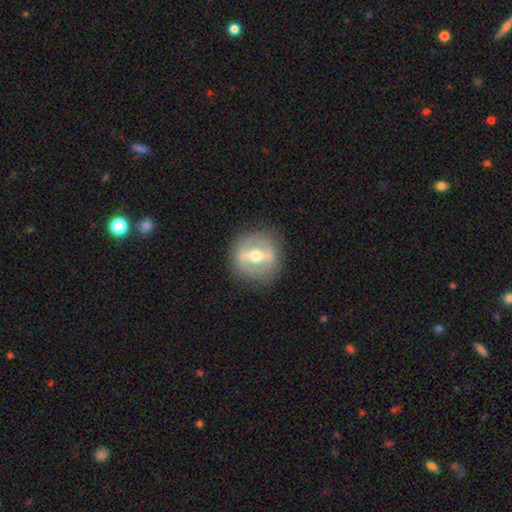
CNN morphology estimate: A featured or disk galaxy (75%) with a strong bar (72%), no spiral arms (76%) and a moderate central bulge (75%).

Vote fractions:
- Smooth or featured? featured or disk: 75% / smooth: 19% / star or artifact: 6%
- Edge-on disk? no: 83% / yes: 17%
- Bar? strong: 72% / weak: 20% / no: 8%
- Spiral arms? no: 76% / yes: 24%
- Bulge size? moderate: 75% / small: 11% / large: 11% / dominant: 1% / none: 1%
- Merging? none: 84% / minor disturbance: 11% / major disturbance: 5% / merger: 1%